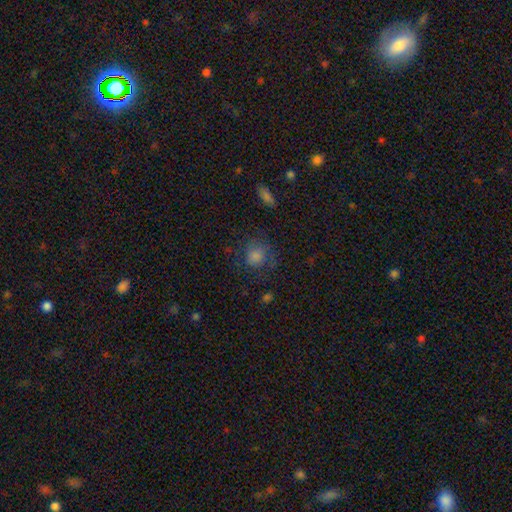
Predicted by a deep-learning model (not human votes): smooth 72%, star or artifact 14%, featured or disk 14%. Down the decision tree: how rounded — round (81%); merging — none (66%).